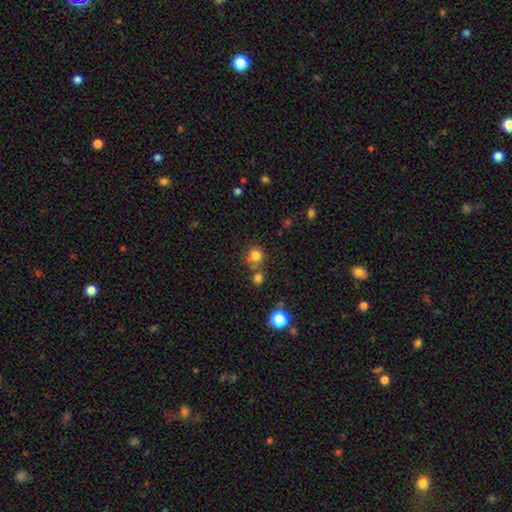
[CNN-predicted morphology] Q: Smooth or featured?
A: smooth (78%); runner-up: star or artifact (15%)
Q: How rounded?
A: round (87%); runner-up: in between (12%)
Q: Merging?
A: none (63%); runner-up: merger (22%)